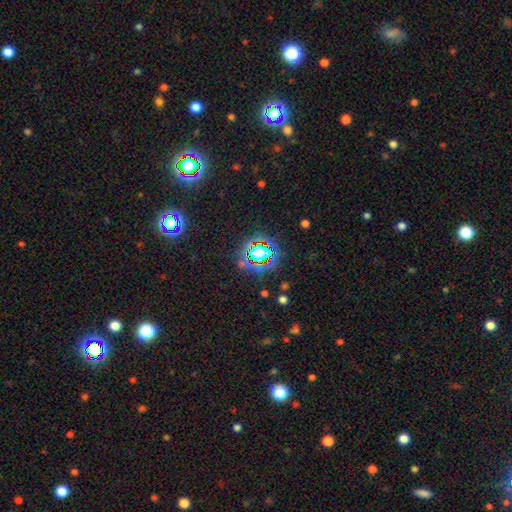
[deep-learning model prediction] The model was most divided on "smooth or featured": star or artifact: 76%, smooth: 15%, featured or disk: 9%.